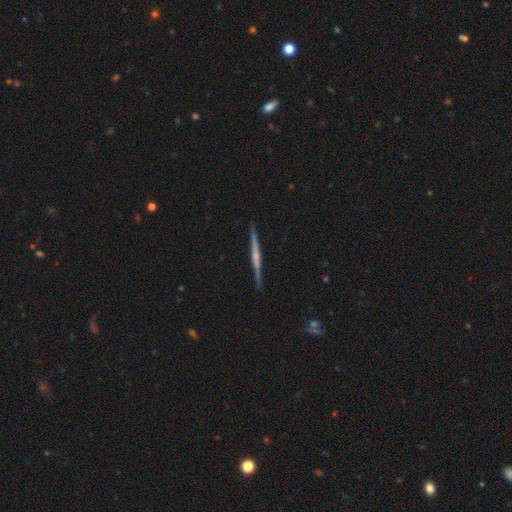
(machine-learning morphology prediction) Overall: featured or disk (74%). Edge-on disk: yes (98%). Edge-on bulge: rounded (47%; none 39%). Merging: none (91%).